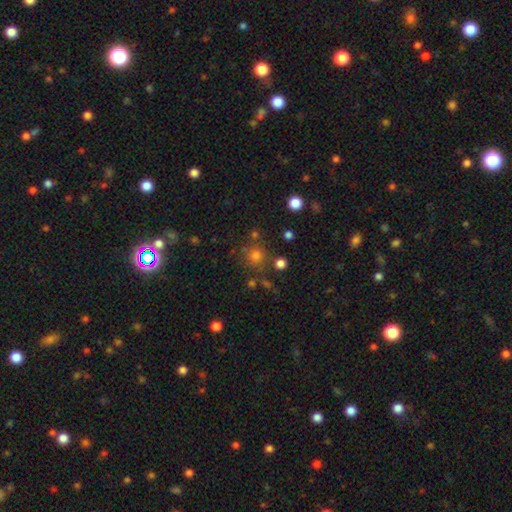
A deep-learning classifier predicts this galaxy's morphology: Smooth or featured? smooth (72%)
How rounded? round (91%)
Merging? none (77%)